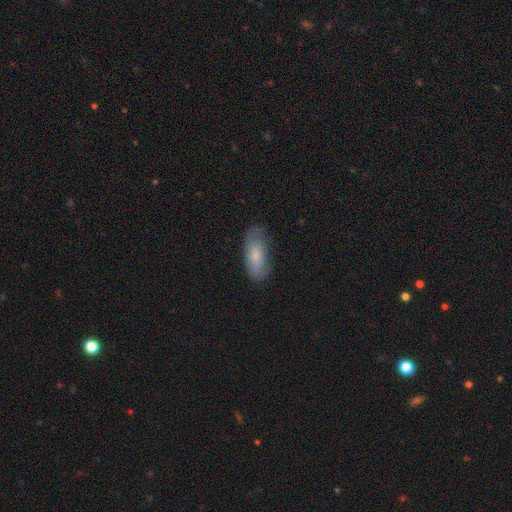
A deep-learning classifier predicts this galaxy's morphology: A smooth galaxy with no disk features (74%) that is in between round and cigar-shaped (82%). Merging: none (68%).